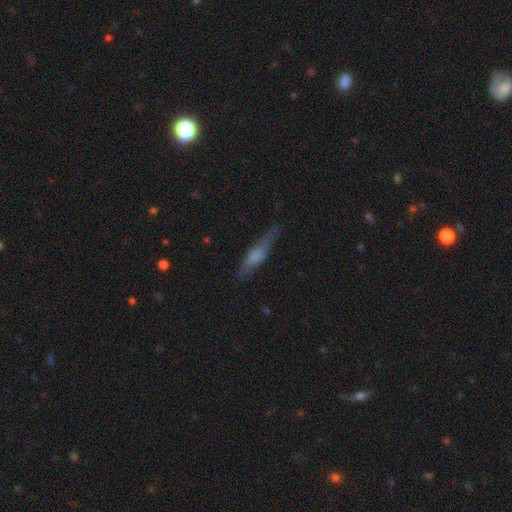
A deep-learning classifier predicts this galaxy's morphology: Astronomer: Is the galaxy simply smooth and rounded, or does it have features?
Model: featured or disk — 46% (runner-up: smooth, 45%).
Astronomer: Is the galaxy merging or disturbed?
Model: none — 71%.